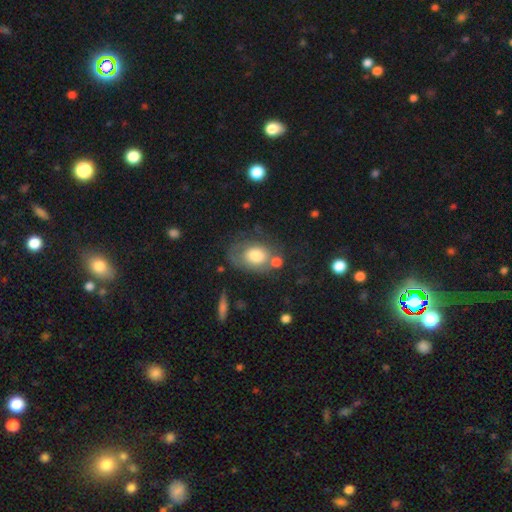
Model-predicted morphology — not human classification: Smooth or featured?
  - smooth: 65% *
  - featured or disk: 26%
  - star or artifact: 9%
How rounded?
  - in between: 67% *
  - round: 32%
  - cigar-shaped: 1%
Merging?
  - none: 44% *
  - minor disturbance: 23%
  - major disturbance: 18%
  - merger: 15%